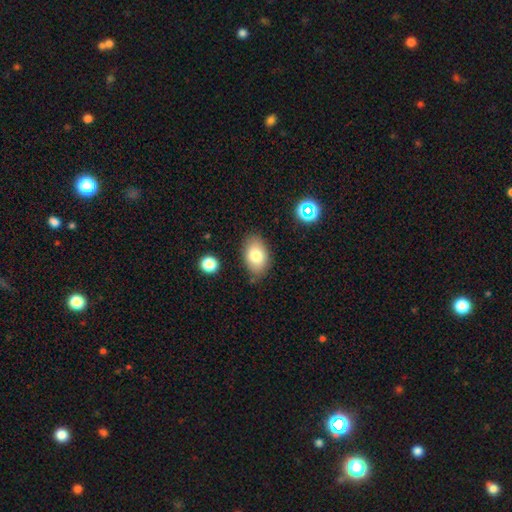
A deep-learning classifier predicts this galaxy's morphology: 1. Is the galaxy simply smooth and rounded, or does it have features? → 79% smooth, 13% featured or disk, 9% star or artifact.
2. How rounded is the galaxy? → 89% in between, 9% round, 1% cigar-shaped.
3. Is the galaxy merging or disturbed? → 80% none, 14% minor disturbance, 3% major disturbance, 3% merger.